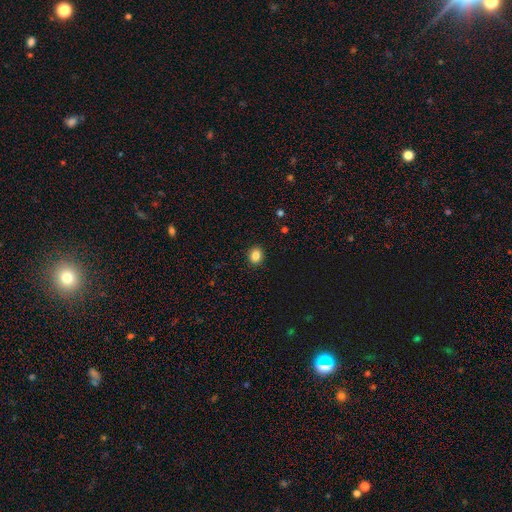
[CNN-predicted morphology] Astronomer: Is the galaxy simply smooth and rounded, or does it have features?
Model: smooth — 85%.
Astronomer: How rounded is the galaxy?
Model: round — 62% (runner-up: in between, 37%).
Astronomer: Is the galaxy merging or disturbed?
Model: none — 92%.